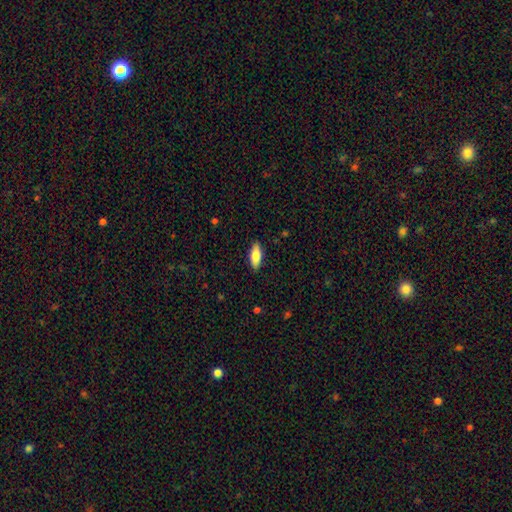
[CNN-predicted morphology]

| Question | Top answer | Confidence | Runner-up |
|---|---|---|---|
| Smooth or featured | smooth | 79% | featured or disk (15%) |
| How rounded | in between | 77% | cigar-shaped (21%) |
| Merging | none | 89% | minor disturbance (9%) |